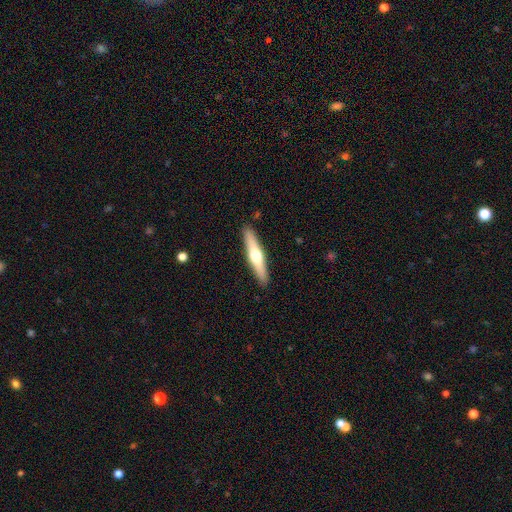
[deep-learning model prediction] The model was most divided on "smooth or featured": featured or disk: 51%, smooth: 44%, star or artifact: 5%. More confident: edge-on disk — yes (94%); merging — none (90%).